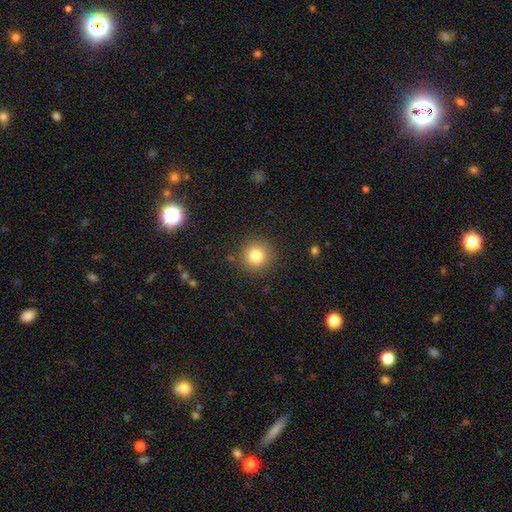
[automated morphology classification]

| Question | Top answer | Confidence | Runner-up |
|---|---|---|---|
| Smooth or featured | smooth | 81% | star or artifact (12%) |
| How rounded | round | 95% | in between (5%) |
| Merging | none | 89% | minor disturbance (7%) |